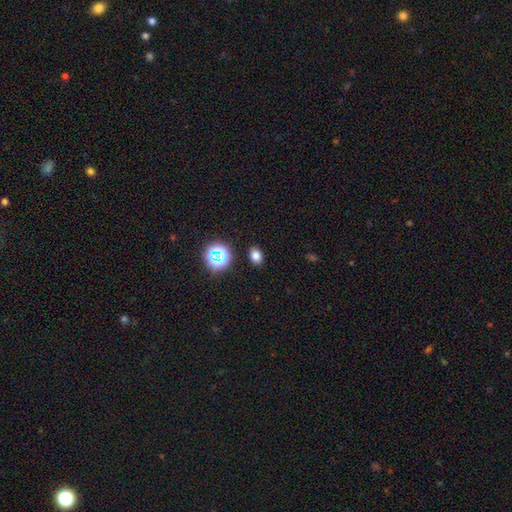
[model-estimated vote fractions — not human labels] This is likely a smooth galaxy (78%). How rounded: likely in between (65%). Merging: clearly none (88%).